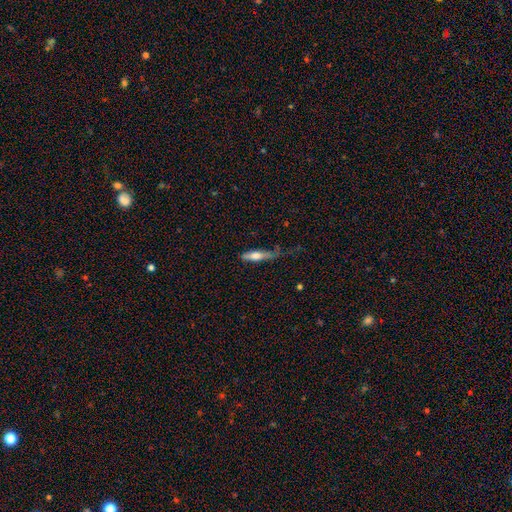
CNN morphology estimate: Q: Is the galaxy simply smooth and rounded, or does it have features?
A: smooth — 60%.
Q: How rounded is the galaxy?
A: cigar-shaped — 73%.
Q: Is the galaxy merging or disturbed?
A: none — 46%.